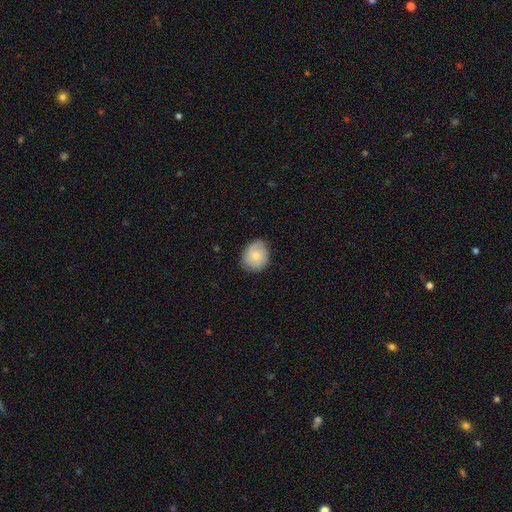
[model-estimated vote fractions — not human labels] A smooth galaxy with no disk features (71%) that is round (66%).

Vote fractions:
- Smooth or featured? smooth: 71% / featured or disk: 22% / star or artifact: 7%
- How rounded? round: 66% / in between: 33% / cigar-shaped: 1%
- Merging? none: 79% / minor disturbance: 17% / major disturbance: 3% / merger: 1%